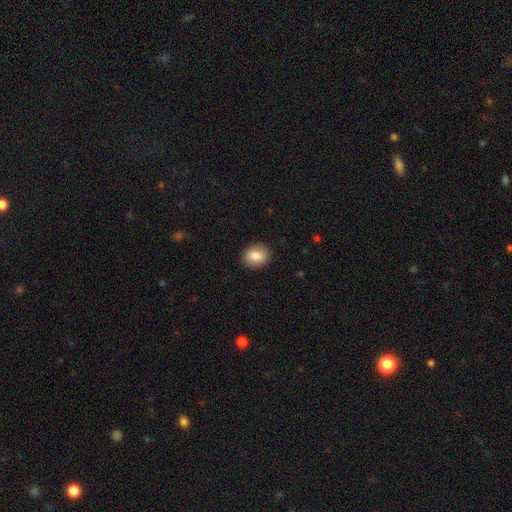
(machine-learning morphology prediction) This is clearly a smooth galaxy (85%). How rounded: possibly round (50%). Merging: clearly none (88%).